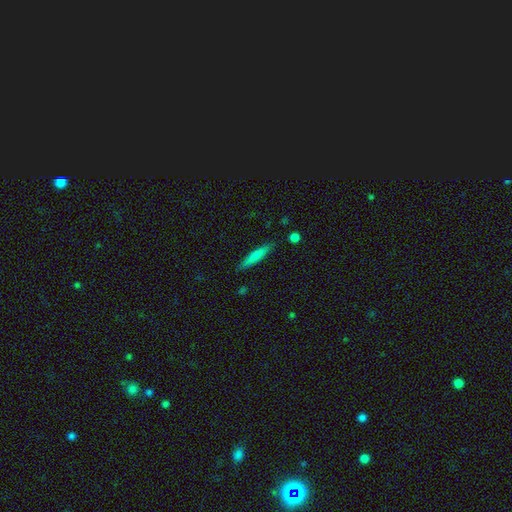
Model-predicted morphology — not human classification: Smooth or featured?
  - smooth: 74% *
  - featured or disk: 20%
  - star or artifact: 6%
How rounded?
  - cigar-shaped: 90% *
  - in between: 8%
  - round: 1%
Merging?
  - none: 86% *
  - minor disturbance: 10%
  - major disturbance: 2%
  - merger: 2%